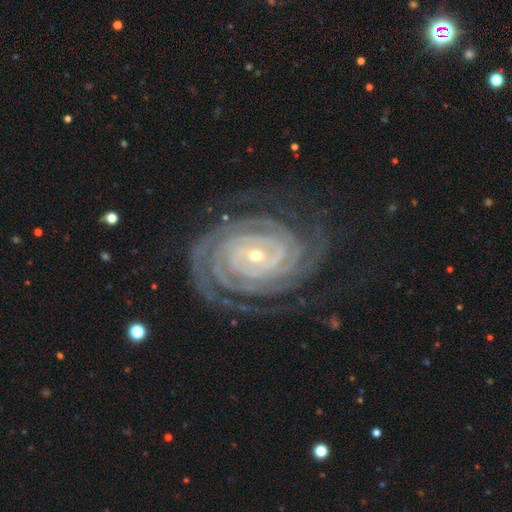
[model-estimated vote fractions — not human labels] A featured or disk galaxy (93%) with no bar (48%), 2 (24%) tight (88%) spiral arms (99%) and a small central bulge (74%). Merging: none (78%).